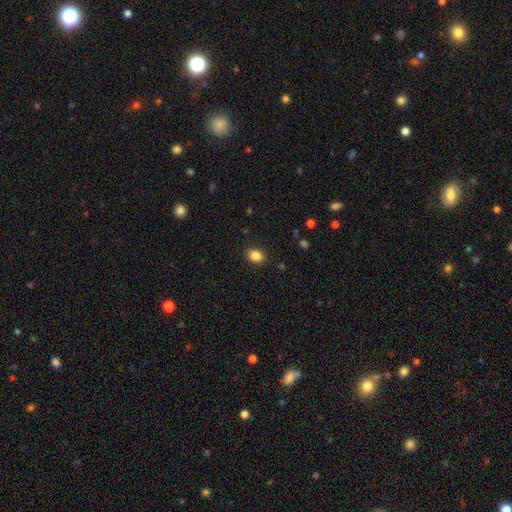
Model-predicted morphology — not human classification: type=smooth (86%); roundness=in between (68%); merging=none (88%).